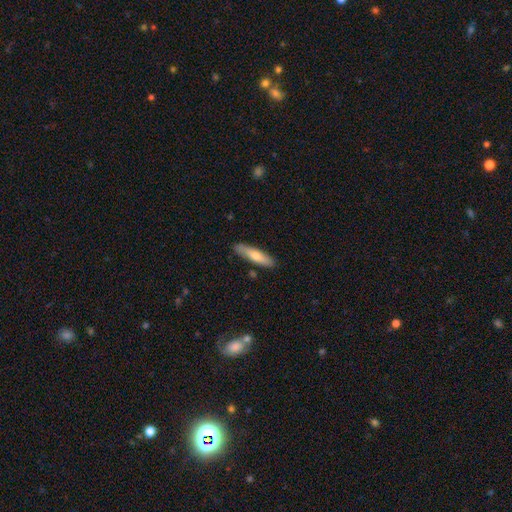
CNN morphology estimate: Smooth or featured? smooth (61%)
How rounded? cigar-shaped (81%)
Merging? none (87%)